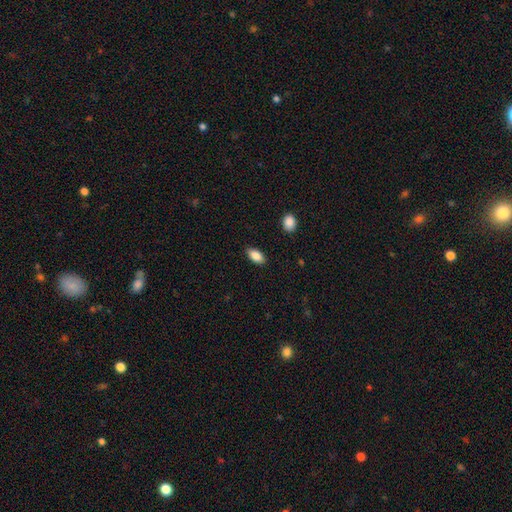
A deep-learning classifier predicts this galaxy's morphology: Smooth or featured? smooth (87%)
How rounded? in between (92%)
Merging? none (88%)